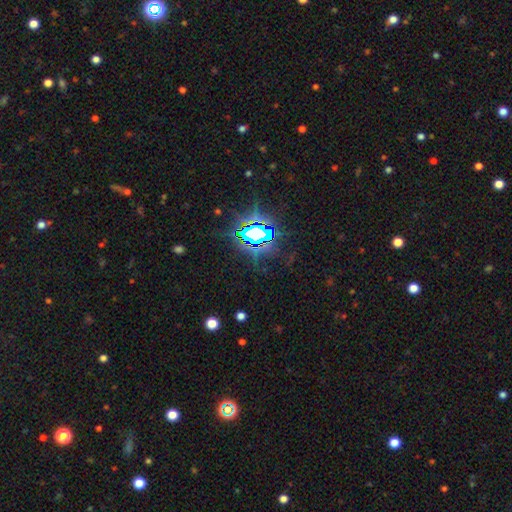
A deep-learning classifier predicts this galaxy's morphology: The model was most divided on "smooth or featured": star or artifact: 83%, smooth: 10%, featured or disk: 7%.